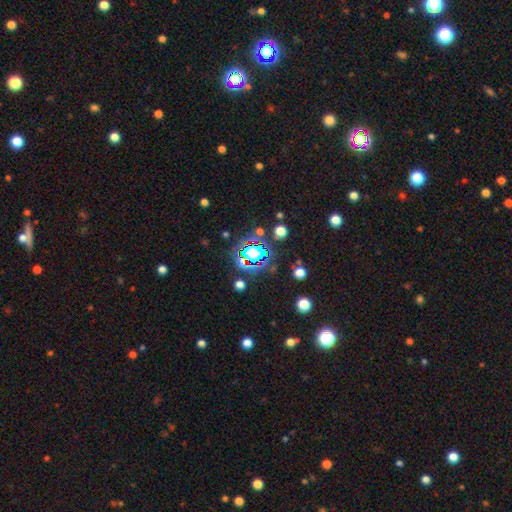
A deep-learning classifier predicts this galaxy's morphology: type=star or artifact (55%).